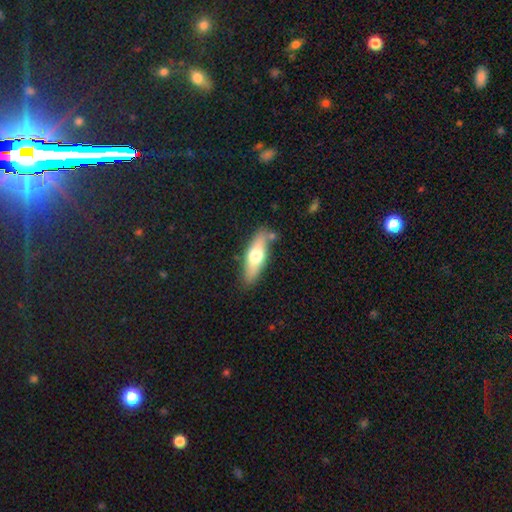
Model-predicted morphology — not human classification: smooth-or-featured: smooth: 58% | featured or disk: 37% | star or artifact: 6%
  how-rounded: in between: 51% | cigar-shaped: 46% | round: 3%
  merging: none: 78% | minor disturbance: 14% | merger: 5% | major disturbance: 3%